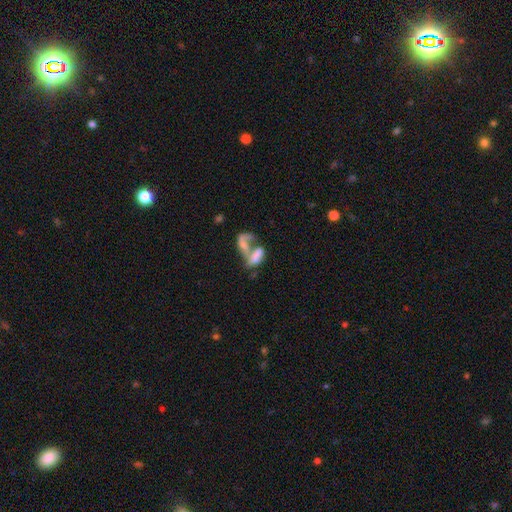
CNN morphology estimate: Q: Smooth or featured?
A: smooth (53%); runner-up: featured or disk (36%)
Q: How rounded?
A: in between (85%); runner-up: cigar-shaped (8%)
Q: Merging?
A: merger (71%); runner-up: major disturbance (13%)